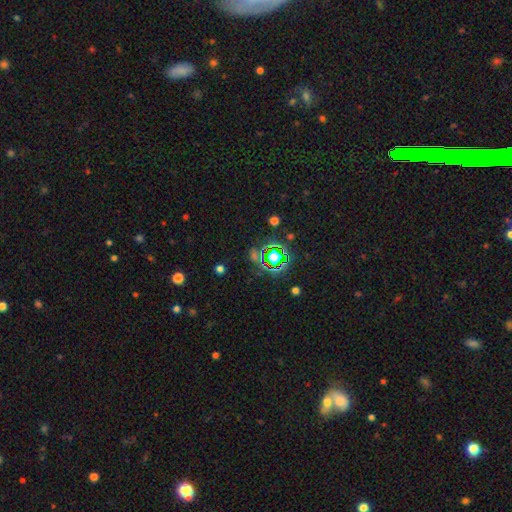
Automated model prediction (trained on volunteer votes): A star or artifact, not a galaxy (73%).

Vote fractions:
- Smooth or featured? star or artifact: 73% / smooth: 18% / featured or disk: 9%